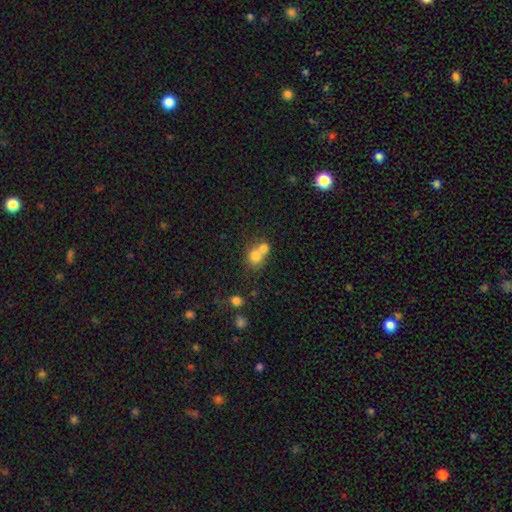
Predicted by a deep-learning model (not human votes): Overall: smooth (75%). How rounded: round (75%). Merging: merger (61%; none 30%).